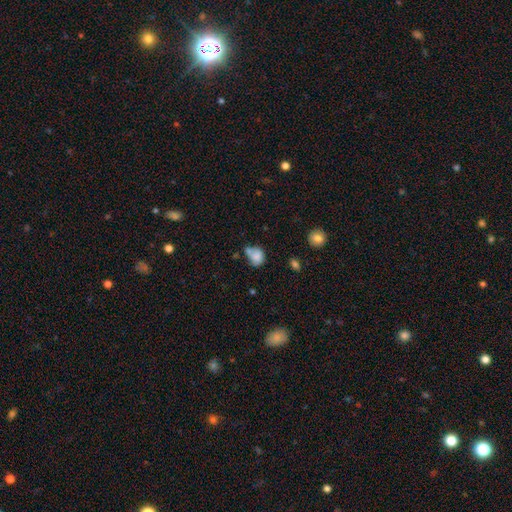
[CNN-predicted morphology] type=smooth (75%); roundness=in between (50%); merging=none (35%).